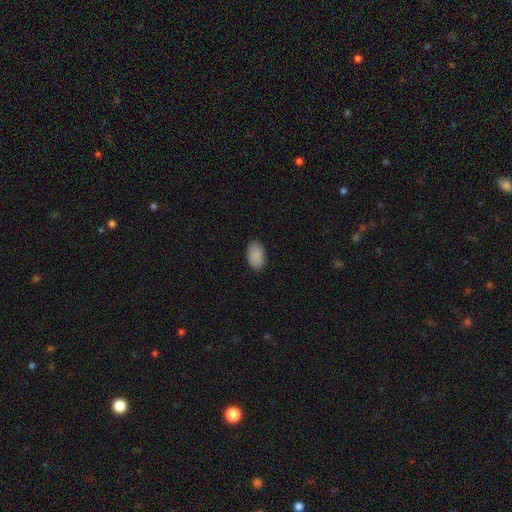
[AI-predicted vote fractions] smooth_or_featured: smooth (p=0.90) [alt: star or artifact p=0.07]
how_rounded: in between (p=0.92) [alt: round p=0.07]
merging: none (p=0.88) [alt: minor disturbance p=0.09]